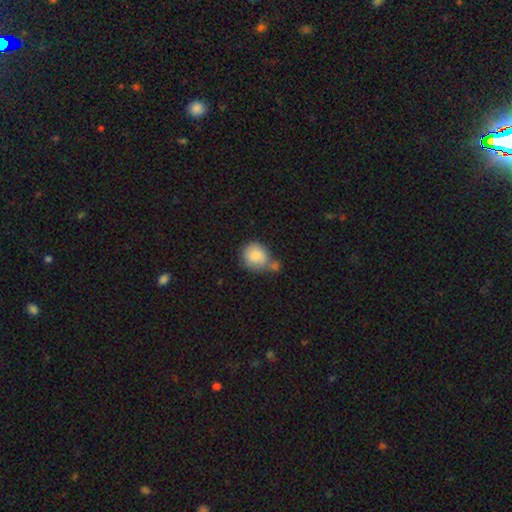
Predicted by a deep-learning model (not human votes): Smooth or featured: smooth — 83% (featured or disk — 10%)
How rounded: round — 75% (in between — 23%)
Merging: none — 38% (merger — 35%)